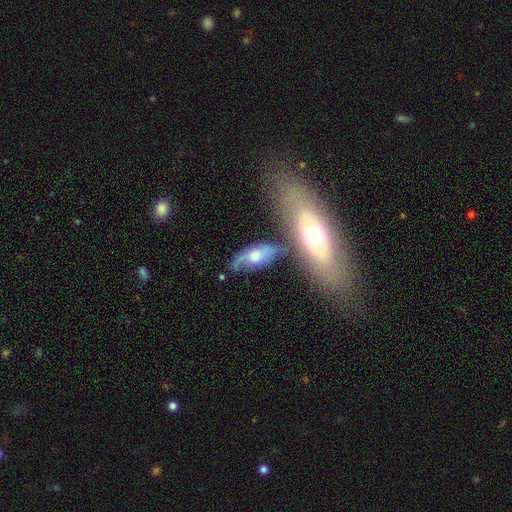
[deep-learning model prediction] smooth_or_featured: featured or disk (p=0.54) [alt: smooth p=0.39]
disk_edge_on: no (p=0.71) [alt: yes p=0.29]
merging: none (p=0.45) [alt: merger p=0.23]